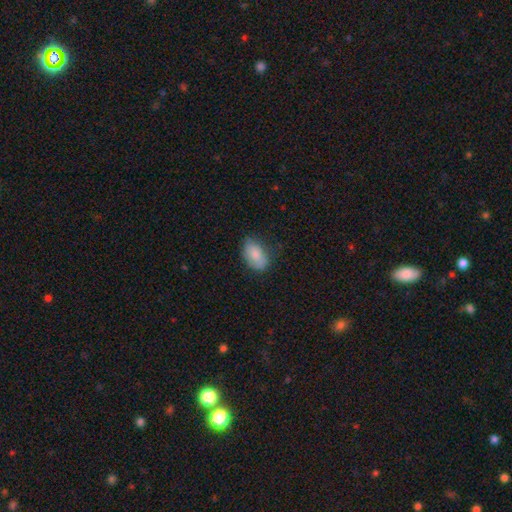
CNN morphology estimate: Overall: smooth (84%). How rounded: in between (91%). Merging: none (69%).